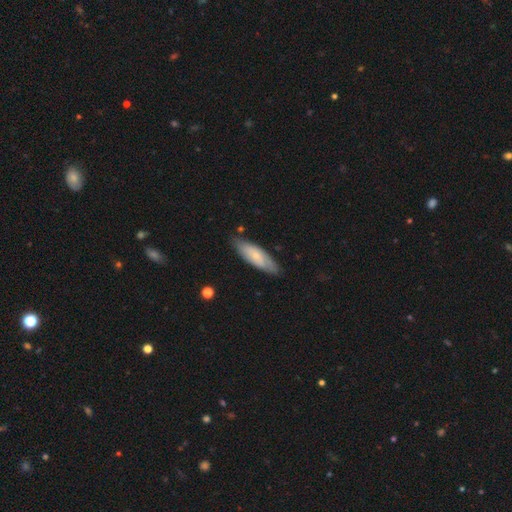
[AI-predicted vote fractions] A smooth galaxy with no disk features (58%) that is in between round and cigar-shaped (55%).

Vote fractions:
- Smooth or featured? smooth: 58% / featured or disk: 36% / star or artifact: 6%
- How rounded? in between: 55% / cigar-shaped: 43% / round: 2%
- Merging? none: 79% / minor disturbance: 16% / major disturbance: 3% / merger: 2%